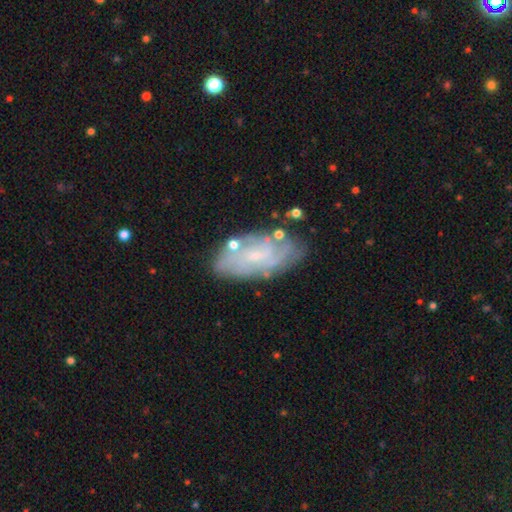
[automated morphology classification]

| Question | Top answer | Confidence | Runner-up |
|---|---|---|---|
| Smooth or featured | featured or disk | 68% | smooth (24%) |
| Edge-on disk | no | 93% | yes (7%) |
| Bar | no | 66% | weak (29%) |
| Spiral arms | yes | 80% | no (20%) |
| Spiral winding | tight | 56% | medium (31%) |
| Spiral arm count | can't tell | 55% | 2 (14%) |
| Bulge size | small | 74% | moderate (14%) |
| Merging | none | 70% | minor disturbance (19%) |